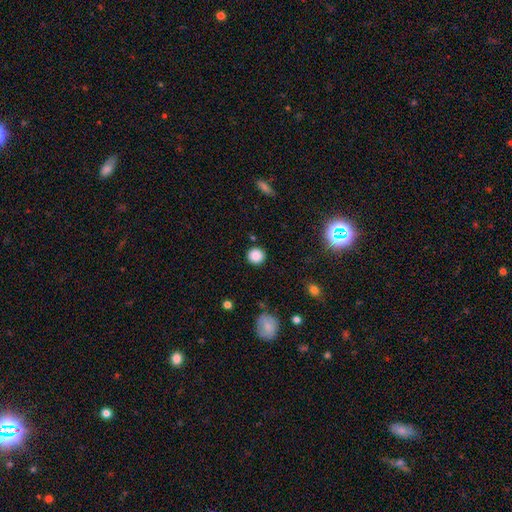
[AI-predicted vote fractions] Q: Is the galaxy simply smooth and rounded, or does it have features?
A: smooth — 85%.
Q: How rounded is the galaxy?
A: round — 92%.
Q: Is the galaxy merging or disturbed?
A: none — 89%.